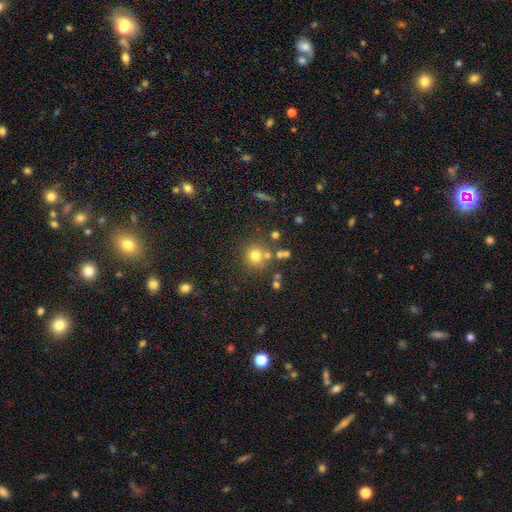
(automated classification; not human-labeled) Smooth or featured? smooth (71%)
How rounded? round (90%)
Merging? none (69%)